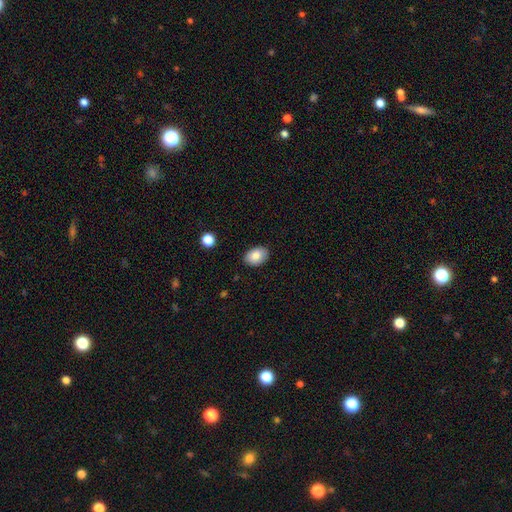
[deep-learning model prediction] Q: Smooth or featured?
A: smooth (83%); runner-up: featured or disk (9%)
Q: How rounded?
A: in between (82%); runner-up: round (17%)
Q: Merging?
A: none (87%); runner-up: minor disturbance (10%)